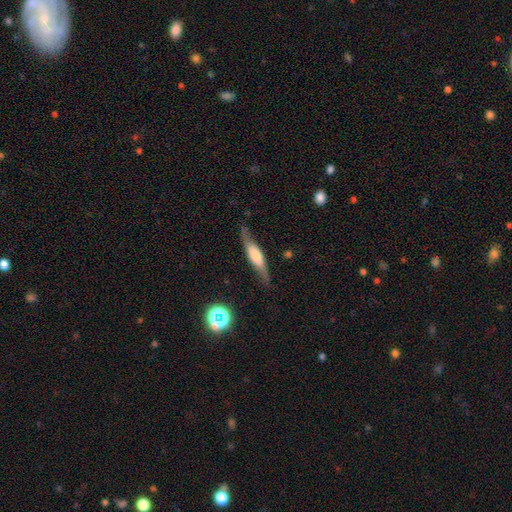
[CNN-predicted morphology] Smooth or featured?
  - featured or disk: 61% *
  - smooth: 33%
  - star or artifact: 7%
Edge-on disk?
  - yes: 81% *
  - no: 19%
Merging?
  - none: 76% *
  - minor disturbance: 18%
  - major disturbance: 5%
  - merger: 2%